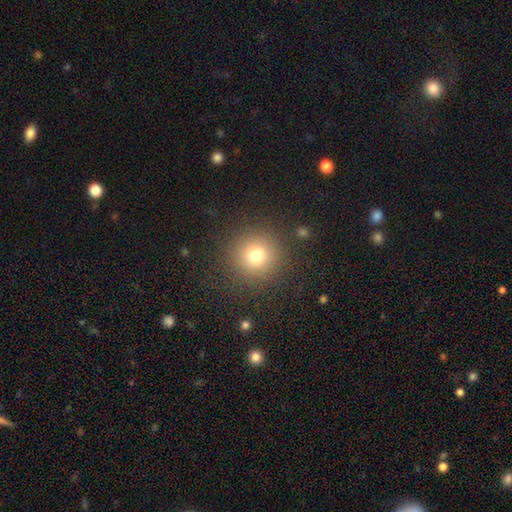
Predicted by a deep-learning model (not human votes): Q: Smooth or featured?
A: smooth (76%); runner-up: star or artifact (15%)
Q: How rounded?
A: round (95%); runner-up: in between (4%)
Q: Merging?
A: none (88%); runner-up: minor disturbance (6%)